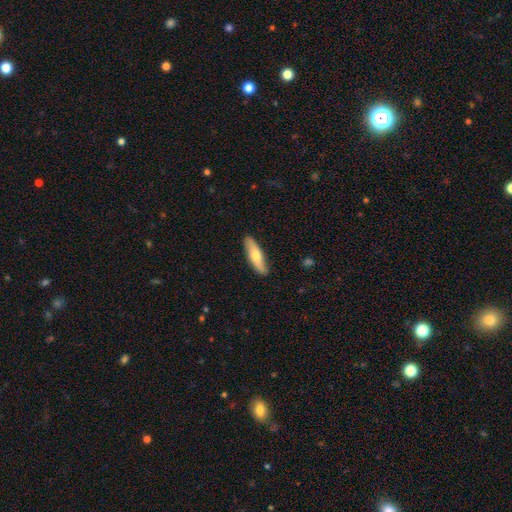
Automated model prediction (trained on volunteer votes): smooth-or-featured: smooth: 63% | featured or disk: 32% | star or artifact: 5%
  how-rounded: cigar-shaped: 66% | in between: 32% | round: 2%
  merging: none: 88% | minor disturbance: 9% | major disturbance: 2% | merger: 1%